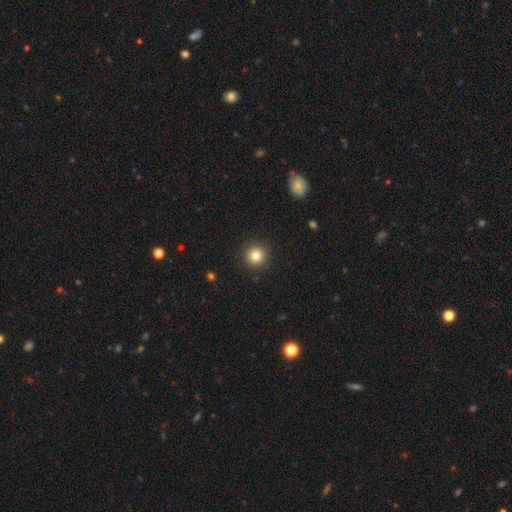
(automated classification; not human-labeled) A smooth galaxy with no disk features (83%) that is round (95%). Merging: none (92%).